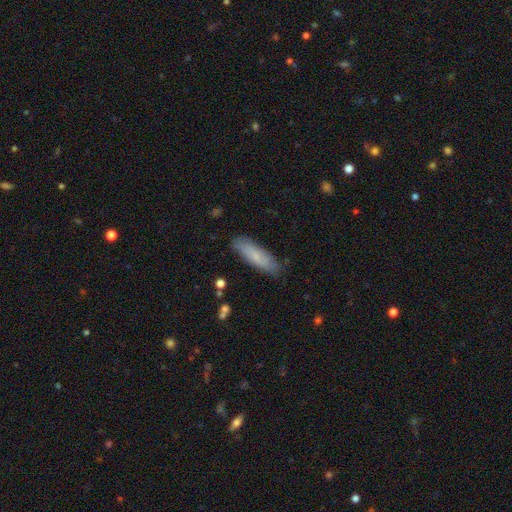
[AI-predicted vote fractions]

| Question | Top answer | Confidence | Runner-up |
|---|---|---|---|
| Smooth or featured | smooth | 73% | featured or disk (21%) |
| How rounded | cigar-shaped | 59% | in between (40%) |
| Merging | none | 83% | minor disturbance (14%) |